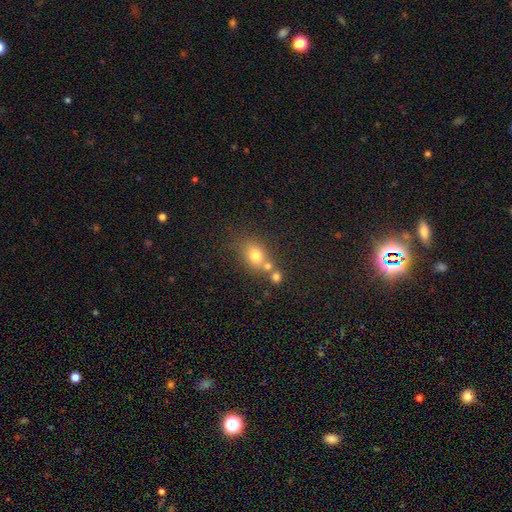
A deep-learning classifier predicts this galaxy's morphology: This is likely a smooth galaxy (73%). How rounded: possibly in between (49%, tied with round). Merging: possibly none (48%).